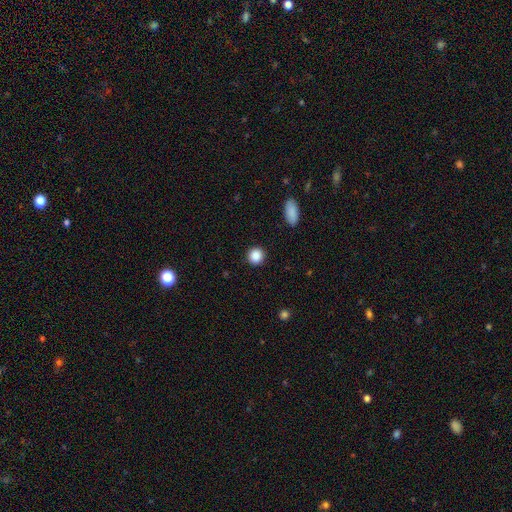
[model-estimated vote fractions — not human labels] smooth-or-featured: smooth: 88% | star or artifact: 9% | featured or disk: 3%
  how-rounded: round: 92% | in between: 7% | cigar-shaped: 1%
  merging: none: 92% | minor disturbance: 5% | major disturbance: 2% | merger: 1%